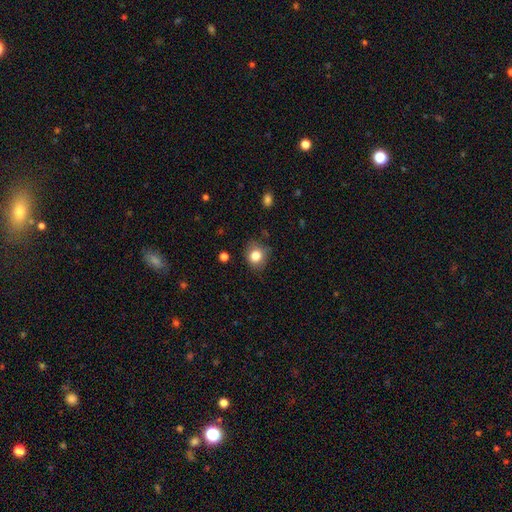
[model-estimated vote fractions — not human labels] Smooth or featured? smooth (81%)
How rounded? round (76%)
Merging? none (76%)